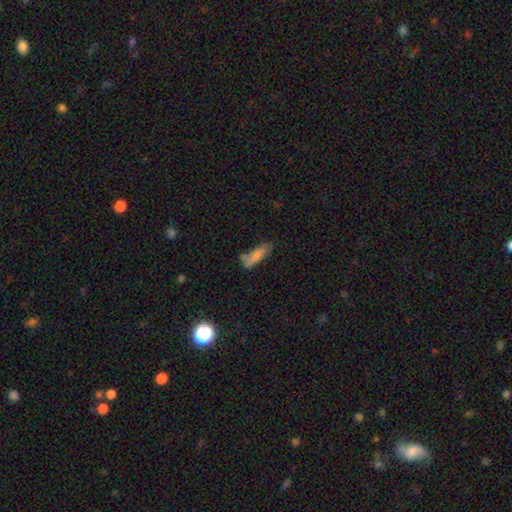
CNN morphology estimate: A smooth galaxy with no disk features (76%) that is cigar-shaped (58%). Merging: none (52%).